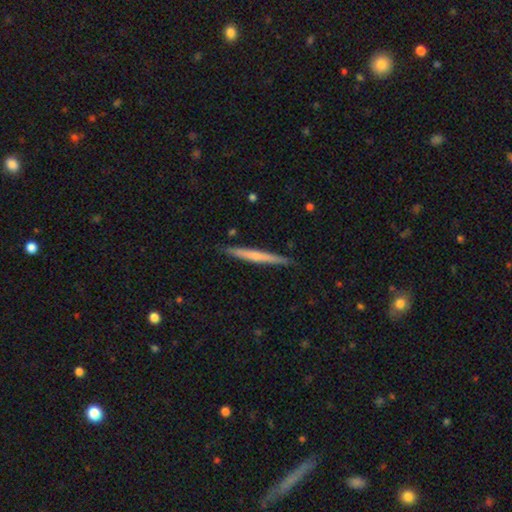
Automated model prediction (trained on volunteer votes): smooth_or_featured: smooth (p=0.49) [alt: featured or disk p=0.45]
merging: none (p=0.89) [alt: minor disturbance p=0.08]